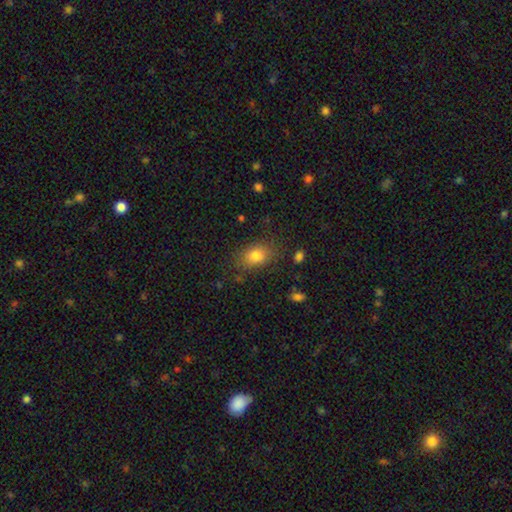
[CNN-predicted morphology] Smooth or featured: smooth — 81% (star or artifact — 10%)
How rounded: in between — 73% (round — 25%)
Merging: none — 77% (minor disturbance — 16%)